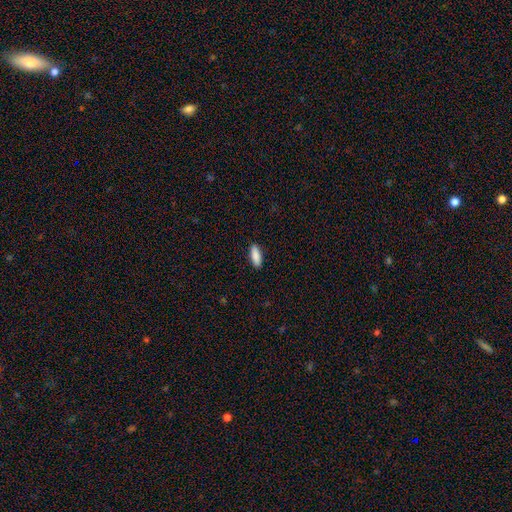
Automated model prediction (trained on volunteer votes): Smooth or featured? Predicted: smooth (p=0.87). How rounded? Predicted: in between (p=0.59). Merging? Predicted: none (p=0.90).